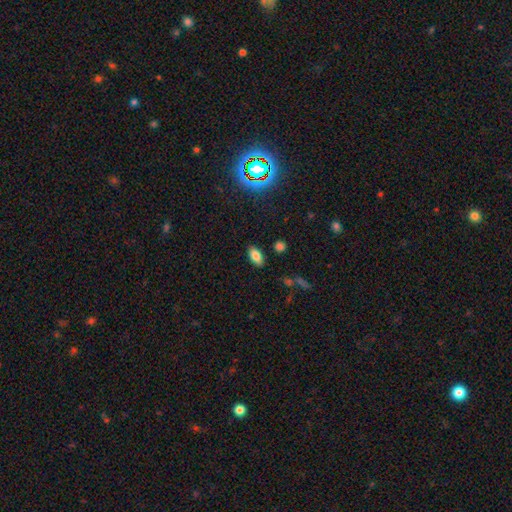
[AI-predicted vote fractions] smooth_or_featured: smooth (p=0.81) [alt: star or artifact p=0.10]
how_rounded: in between (p=0.90) [alt: cigar-shaped p=0.06]
merging: none (p=0.86) [alt: minor disturbance p=0.09]